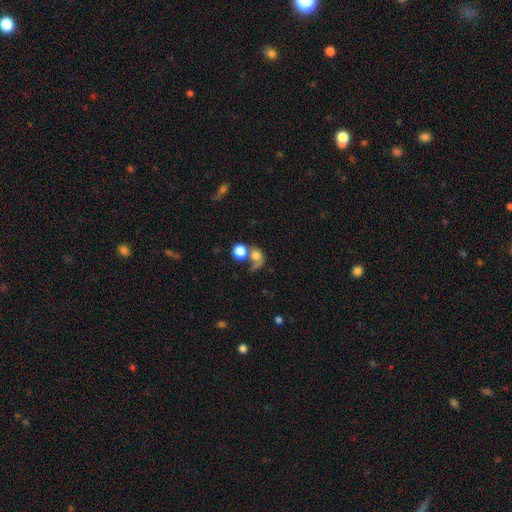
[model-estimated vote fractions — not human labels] A smooth galaxy with no disk features (66%) that is round (68%).

Vote fractions:
- Smooth or featured? smooth: 66% / featured or disk: 23% / star or artifact: 12%
- How rounded? round: 68% / in between: 30% / cigar-shaped: 2%
- Merging? merger: 44% / none: 24% / major disturbance: 21% / minor disturbance: 11%